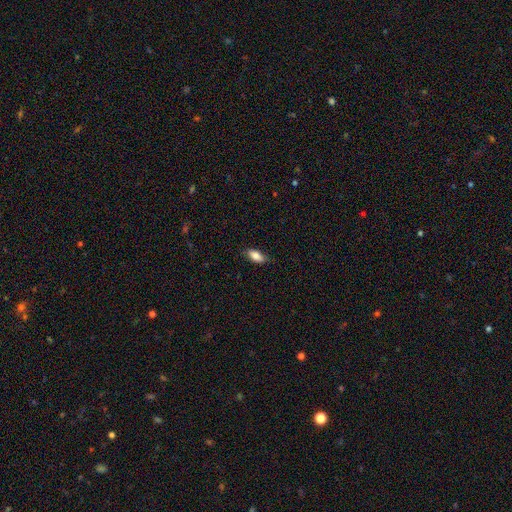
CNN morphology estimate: smooth_or_featured: smooth (p=0.82) [alt: featured or disk p=0.11]
how_rounded: in between (p=0.84) [alt: cigar-shaped p=0.13]
merging: none (p=0.82) [alt: minor disturbance p=0.14]